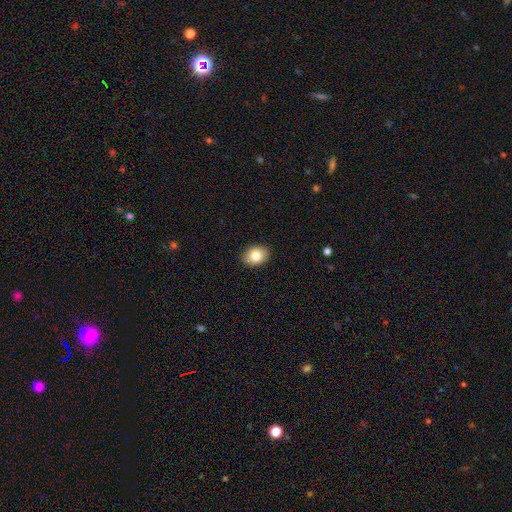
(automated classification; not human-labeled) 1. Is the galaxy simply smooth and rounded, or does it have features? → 81% smooth, 10% featured or disk, 8% star or artifact.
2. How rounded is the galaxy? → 70% in between, 29% round, 1% cigar-shaped.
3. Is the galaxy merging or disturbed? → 90% none, 7% minor disturbance, 2% major disturbance, 1% merger.